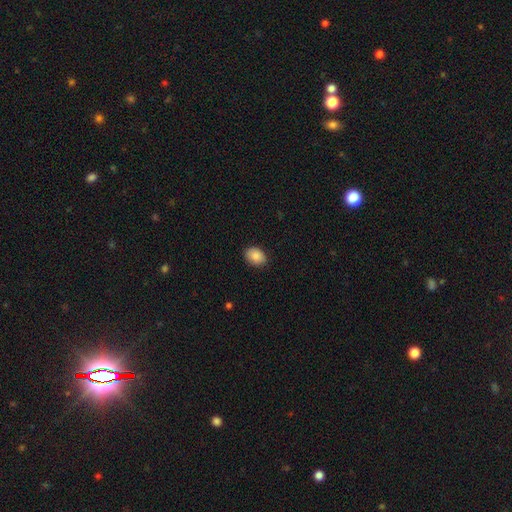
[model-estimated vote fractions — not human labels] A smooth galaxy with no disk features (88%) that is in between round and cigar-shaped (76%).

Vote fractions:
- Smooth or featured? smooth: 88% / star or artifact: 7% / featured or disk: 5%
- How rounded? in between: 76% / round: 23% / cigar-shaped: 1%
- Merging? none: 86% / minor disturbance: 11% / major disturbance: 2% / merger: 1%